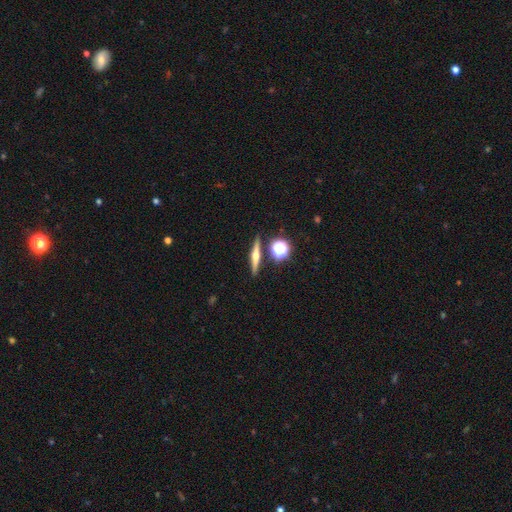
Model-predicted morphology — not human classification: type=featured or disk (62%); edge-on=yes (96%); edge-on bulge=rounded (93%); merging=none (86%).